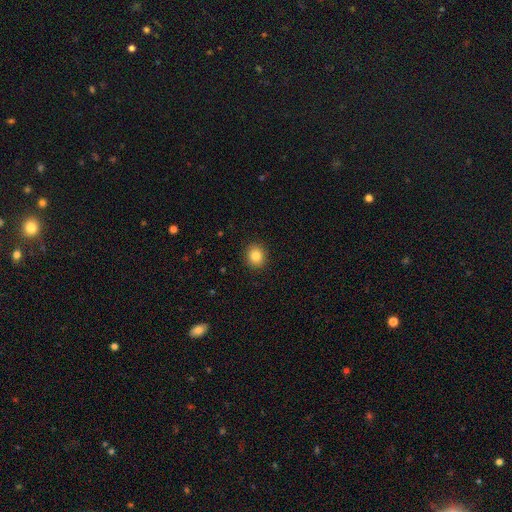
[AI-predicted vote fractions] smooth 85%, star or artifact 10%, featured or disk 5%. Down the decision tree: how rounded — round (79%); merging — none (91%).